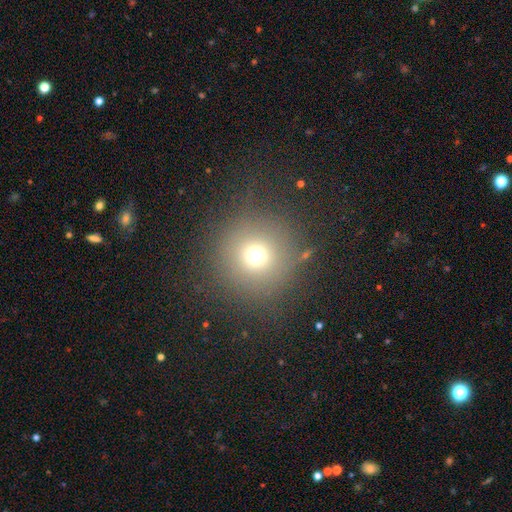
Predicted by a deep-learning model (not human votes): Smooth or featured? smooth (70%)
How rounded? round (95%)
Merging? none (81%)